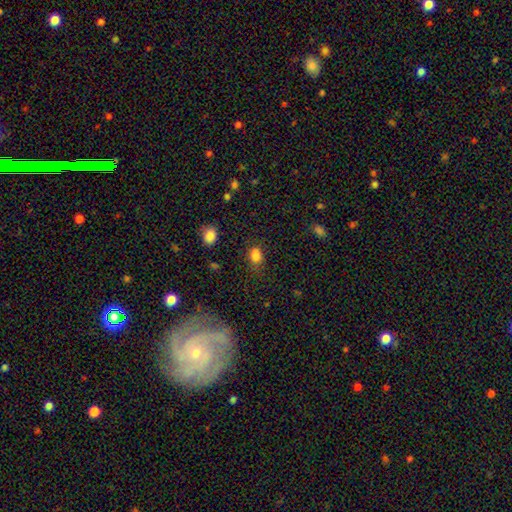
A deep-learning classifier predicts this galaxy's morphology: Q: Smooth or featured?
A: smooth (82%); runner-up: star or artifact (13%)
Q: How rounded?
A: in between (68%); runner-up: round (30%)
Q: Merging?
A: none (64%); runner-up: minor disturbance (23%)